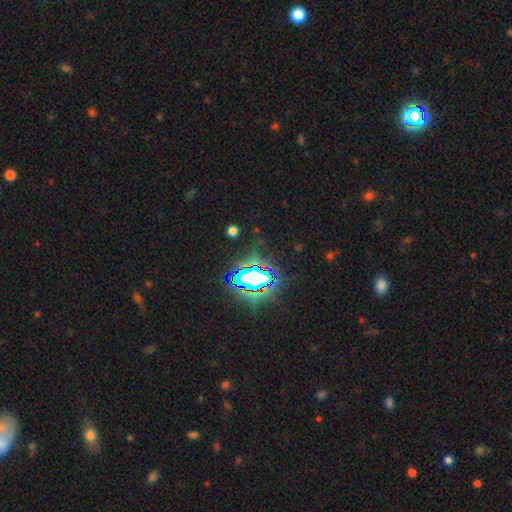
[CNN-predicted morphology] Smooth or featured: star or artifact — 79% (smooth — 13%)